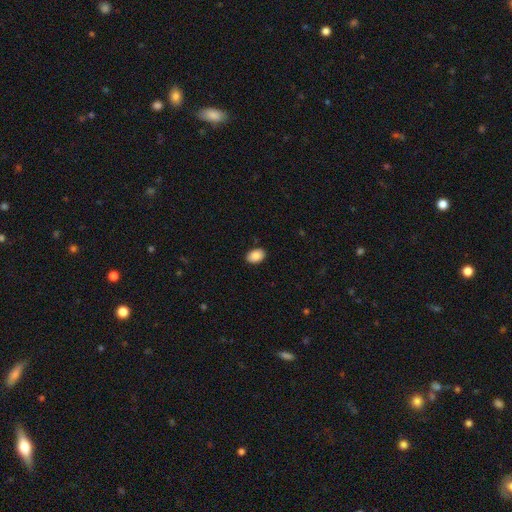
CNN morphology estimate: Smooth or featured? Predicted: smooth (p=0.88). How rounded? Predicted: in between (p=0.82). Merging? Predicted: none (p=0.88).